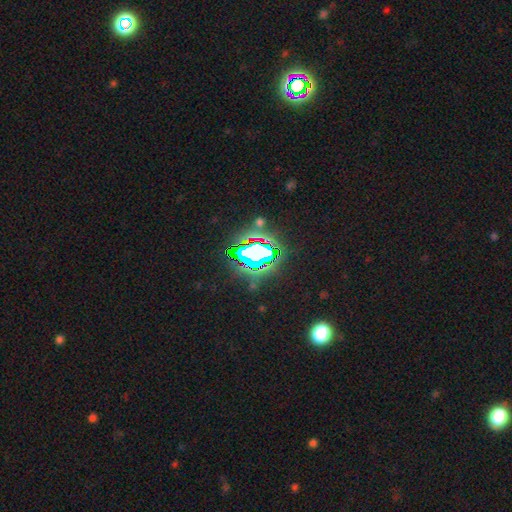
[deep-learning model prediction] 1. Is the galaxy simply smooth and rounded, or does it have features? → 75% star or artifact, 13% smooth, 12% featured or disk.